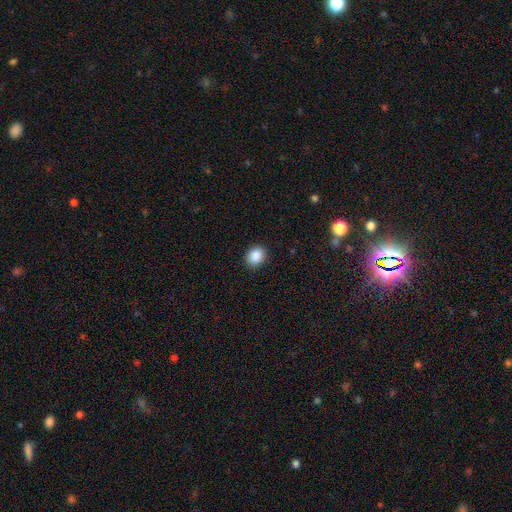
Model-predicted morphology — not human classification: The model was most divided on "how rounded": round: 63%, in between: 36%, cigar-shaped: 1%. More confident: merging — none (90%); smooth or featured — smooth (87%).